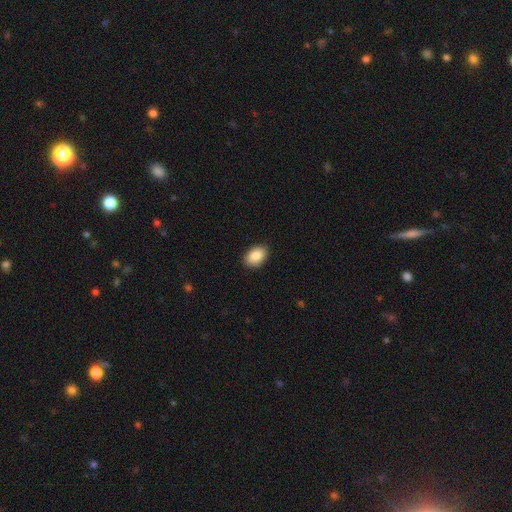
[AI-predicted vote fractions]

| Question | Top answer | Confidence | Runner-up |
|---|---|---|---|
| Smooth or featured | smooth | 88% | star or artifact (7%) |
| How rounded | in between | 88% | round (11%) |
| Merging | none | 89% | minor disturbance (8%) |